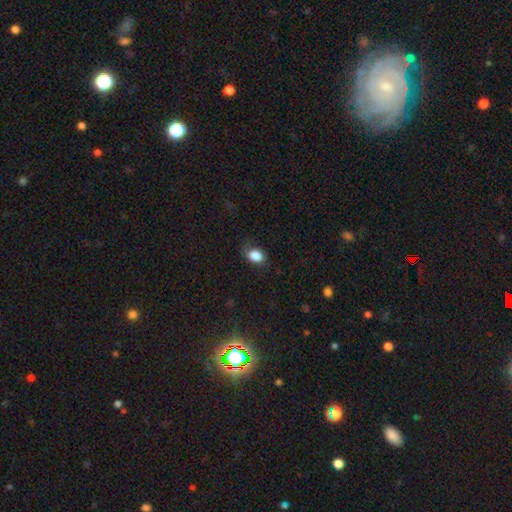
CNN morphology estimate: type=smooth (86%); roundness=in between (73%); merging=none (71%).